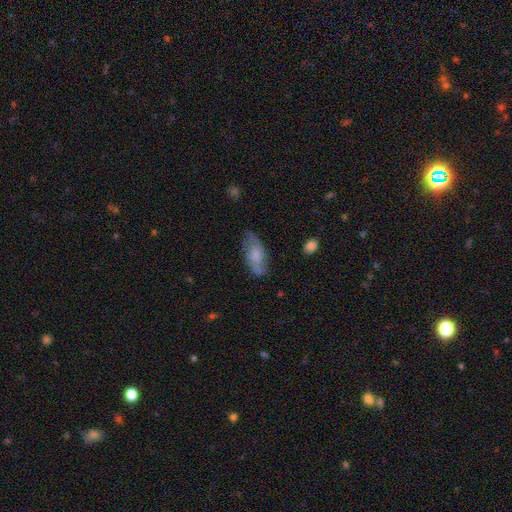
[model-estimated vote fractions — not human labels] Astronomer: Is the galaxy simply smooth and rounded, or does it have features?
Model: smooth — 47% (runner-up: featured or disk, 45%).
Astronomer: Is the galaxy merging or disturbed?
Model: none — 68%.